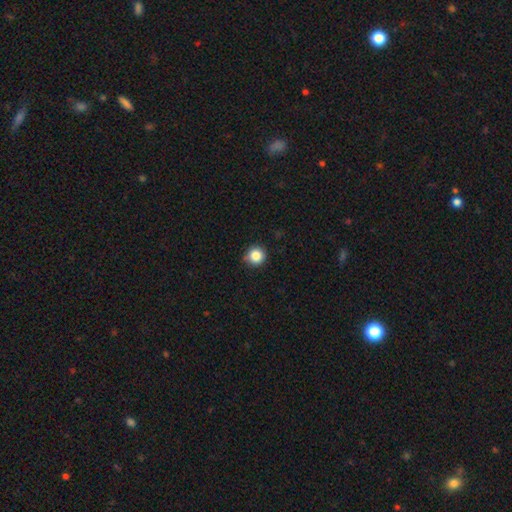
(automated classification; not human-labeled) The model was most divided on "smooth or featured": smooth: 85%, star or artifact: 11%, featured or disk: 4%. More confident: how rounded — round (95%); merging — none (87%).